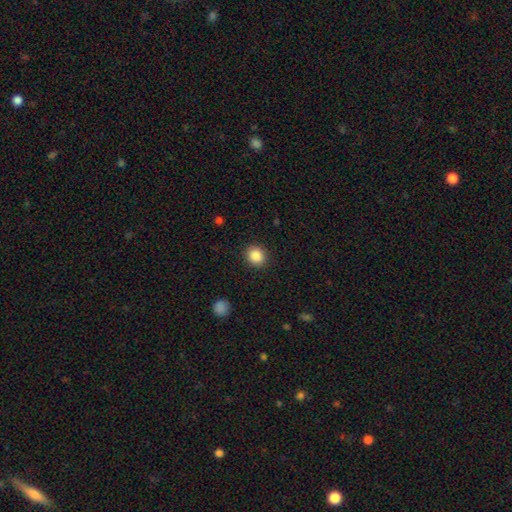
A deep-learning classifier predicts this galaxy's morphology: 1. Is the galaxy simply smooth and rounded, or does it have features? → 86% smooth, 9% star or artifact, 4% featured or disk.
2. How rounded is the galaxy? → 81% round, 18% in between, 1% cigar-shaped.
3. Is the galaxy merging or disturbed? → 91% none, 6% minor disturbance, 2% major disturbance, 1% merger.